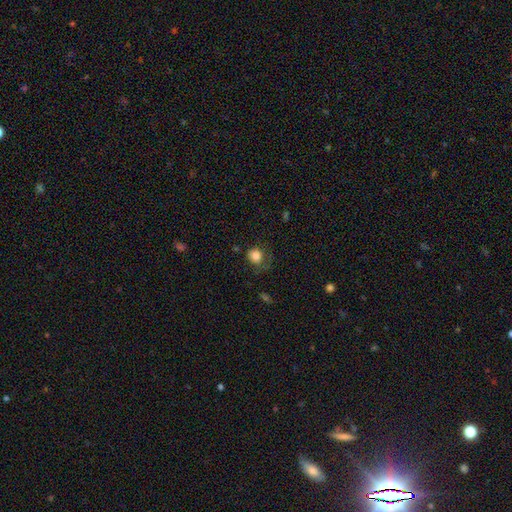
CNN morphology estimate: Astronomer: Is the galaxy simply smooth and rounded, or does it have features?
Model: smooth — 82%.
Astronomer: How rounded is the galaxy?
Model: round — 76%.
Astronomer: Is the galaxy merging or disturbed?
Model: none — 56%.